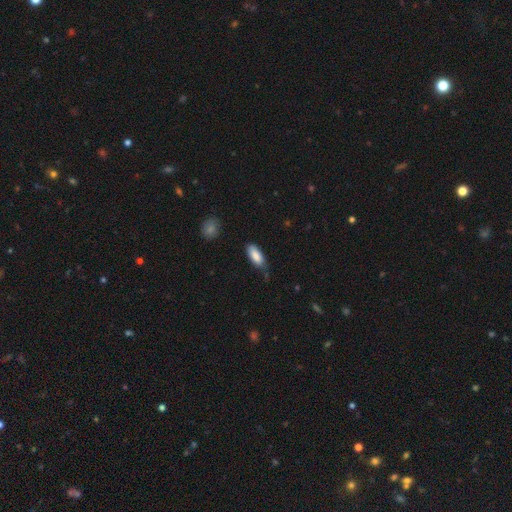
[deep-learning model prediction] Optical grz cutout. It shows a smooth galaxy with no disk features (87%) that is in between round and cigar-shaped (84%). Merging: none (65%).